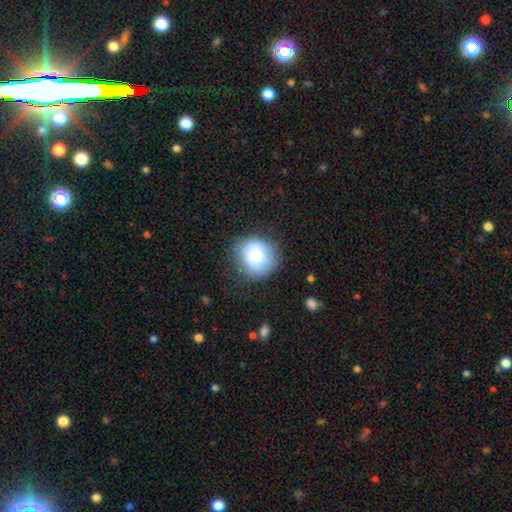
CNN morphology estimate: Smooth or featured? smooth (76%)
How rounded? round (86%)
Merging? none (76%)